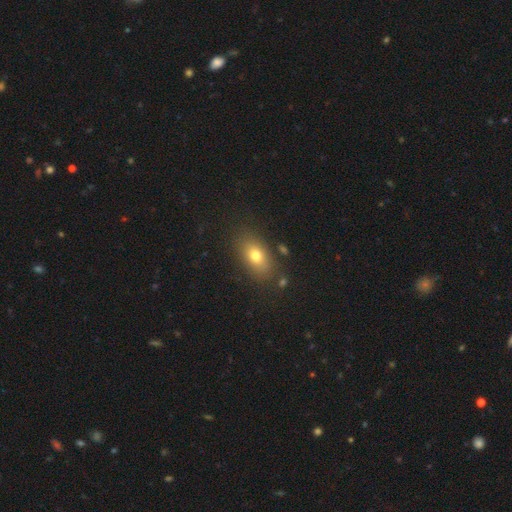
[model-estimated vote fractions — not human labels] Smooth or featured?
  - smooth: 75% *
  - featured or disk: 15%
  - star or artifact: 11%
How rounded?
  - in between: 83% *
  - round: 13%
  - cigar-shaped: 3%
Merging?
  - none: 81% *
  - minor disturbance: 12%
  - major disturbance: 4%
  - merger: 3%